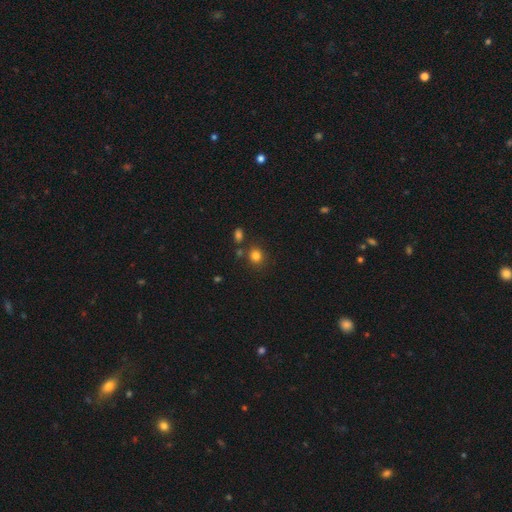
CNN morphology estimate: Overall: smooth (81%). How rounded: round (80%). Merging: none (76%).